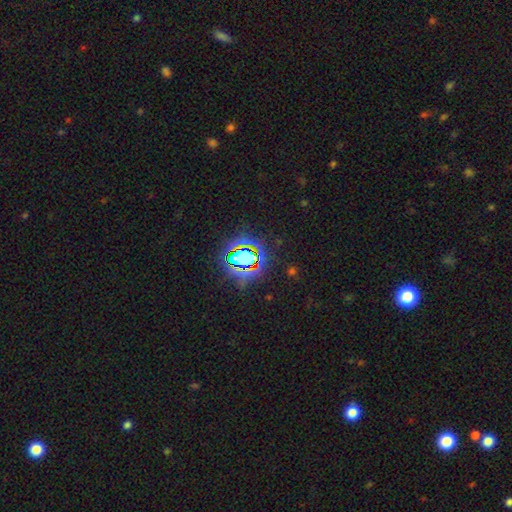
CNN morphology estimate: A star or artifact, not a galaxy (78%).

Vote fractions:
- Smooth or featured? star or artifact: 78% / smooth: 13% / featured or disk: 9%